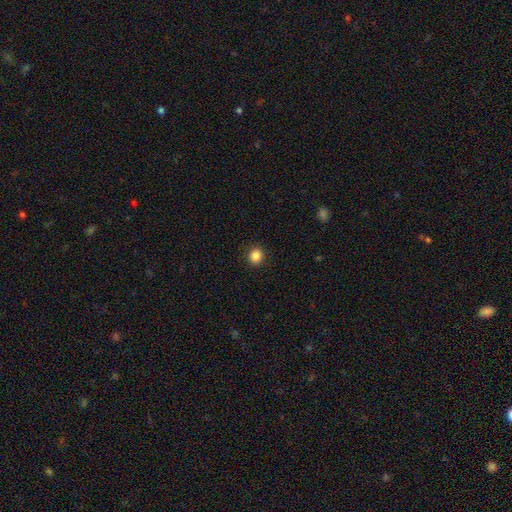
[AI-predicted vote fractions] This is clearly a smooth galaxy (86%). How rounded: clearly round (88%). Merging: clearly none (92%).